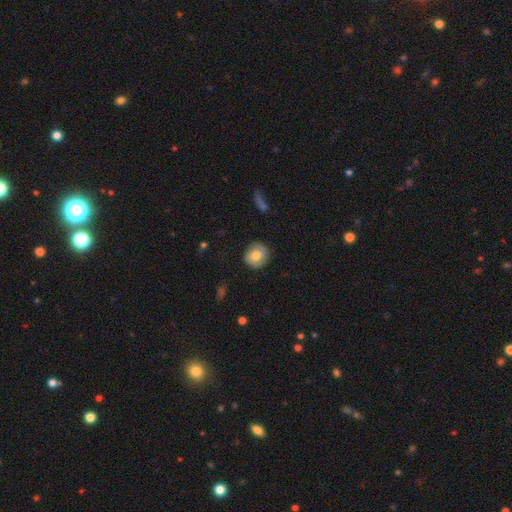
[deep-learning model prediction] Smooth or featured?
  - smooth: 73% *
  - featured or disk: 19%
  - star or artifact: 8%
How rounded?
  - round: 87% *
  - in between: 12%
  - cigar-shaped: 1%
Merging?
  - none: 85% *
  - minor disturbance: 11%
  - major disturbance: 3%
  - merger: 1%